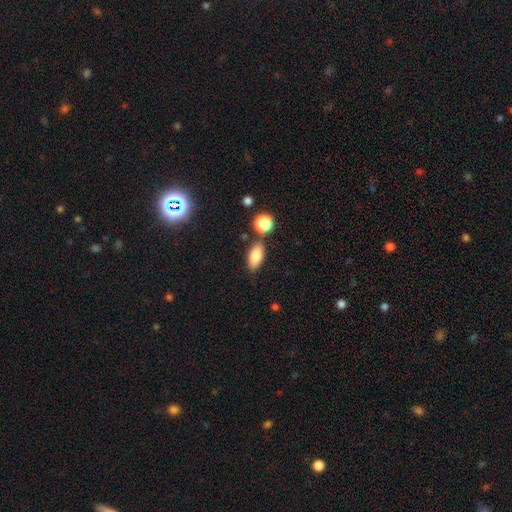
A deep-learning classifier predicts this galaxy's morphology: smooth_or_featured: smooth (p=0.80) [alt: featured or disk p=0.11]
how_rounded: in between (p=0.84) [alt: cigar-shaped p=0.11]
merging: none (p=0.78) [alt: minor disturbance p=0.12]